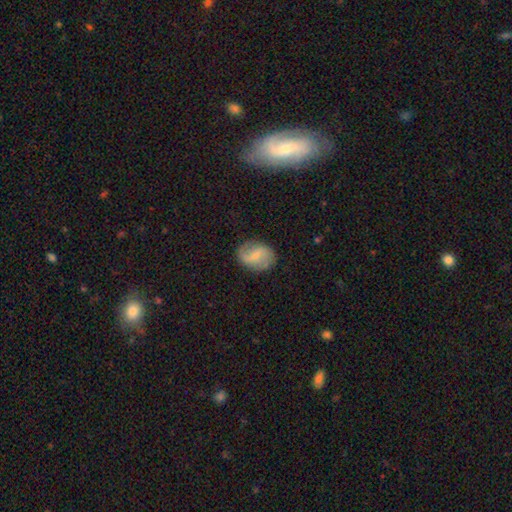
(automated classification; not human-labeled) Smooth or featured? Predicted: featured or disk (p=0.62). Edge-on disk? Predicted: no (p=0.97). Bar? Predicted: weak (p=0.51). Spiral arms? Predicted: yes (p=0.87). Spiral winding? Predicted: loose (p=0.55). Spiral arm count? Predicted: 2 (p=0.86). Bulge size? Predicted: small (p=0.66). Merging? Predicted: none (p=0.79).